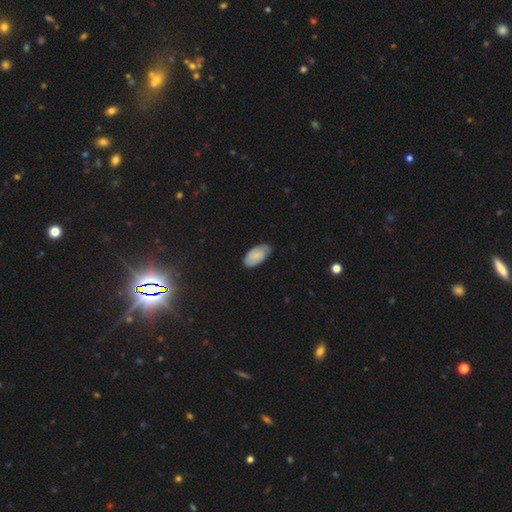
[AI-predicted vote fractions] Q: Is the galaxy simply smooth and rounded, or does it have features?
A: smooth — 63%.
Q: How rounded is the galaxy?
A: in between — 95%.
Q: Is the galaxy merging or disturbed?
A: none — 70%.